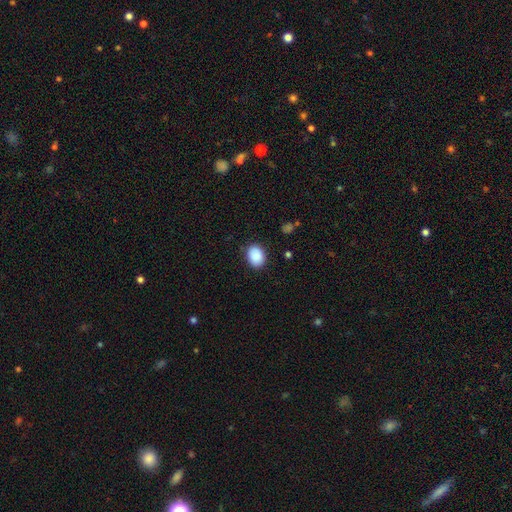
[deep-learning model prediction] smooth_or_featured: smooth (p=0.89) [alt: star or artifact p=0.07]
how_rounded: in between (p=0.67) [alt: round p=0.32]
merging: none (p=0.86) [alt: minor disturbance p=0.10]